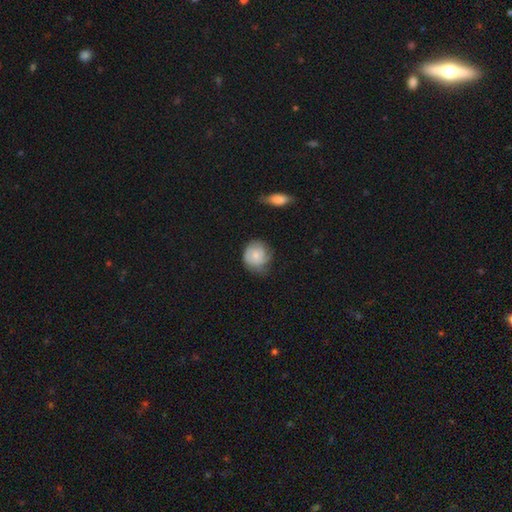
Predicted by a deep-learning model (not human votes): Smooth or featured? smooth (48%)
Merging? none (53%)